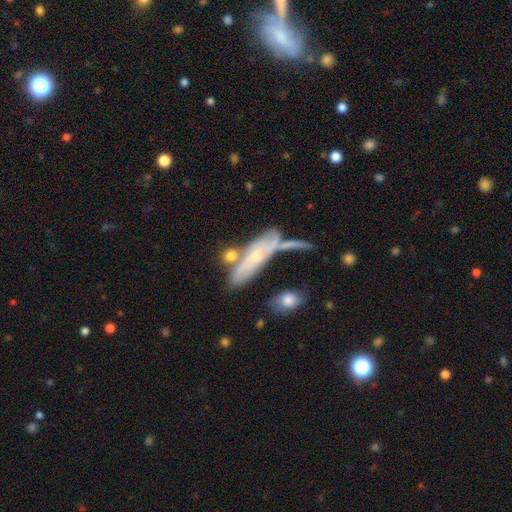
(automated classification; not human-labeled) Morphology: type=featured or disk (52%); edge-on=no (52%); merging=none (47%).